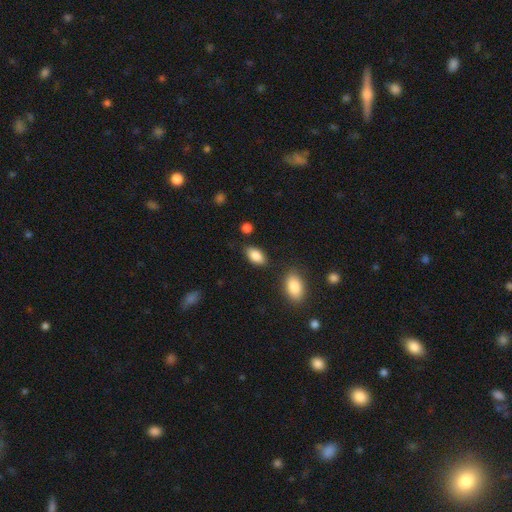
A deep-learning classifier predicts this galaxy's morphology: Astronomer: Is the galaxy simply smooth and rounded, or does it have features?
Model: smooth — 86%.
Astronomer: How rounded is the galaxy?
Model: in between — 93%.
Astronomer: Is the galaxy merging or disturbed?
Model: none — 82%.